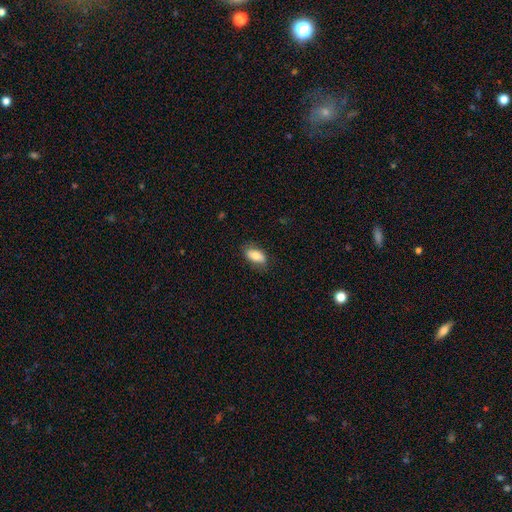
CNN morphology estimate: Smooth or featured: smooth — 79% (featured or disk — 14%)
How rounded: in between — 90% (cigar-shaped — 6%)
Merging: none — 81% (minor disturbance — 15%)